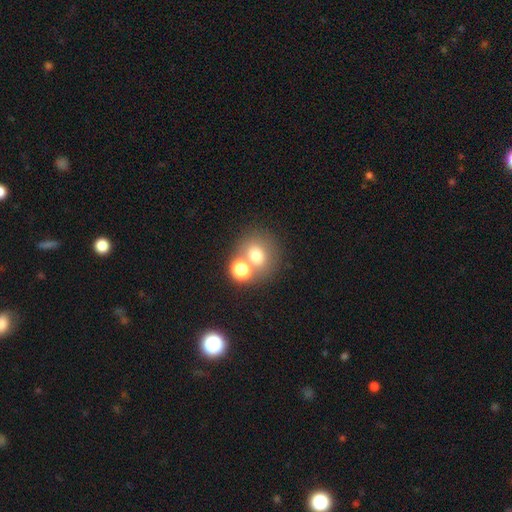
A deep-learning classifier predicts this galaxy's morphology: A smooth galaxy with no disk features (70%) that is round (77%).

Vote fractions:
- Smooth or featured? smooth: 70% / star or artifact: 16% / featured or disk: 13%
- How rounded? round: 77% / in between: 22% / cigar-shaped: 1%
- Merging? none: 54% / merger: 32% / minor disturbance: 9% / major disturbance: 5%